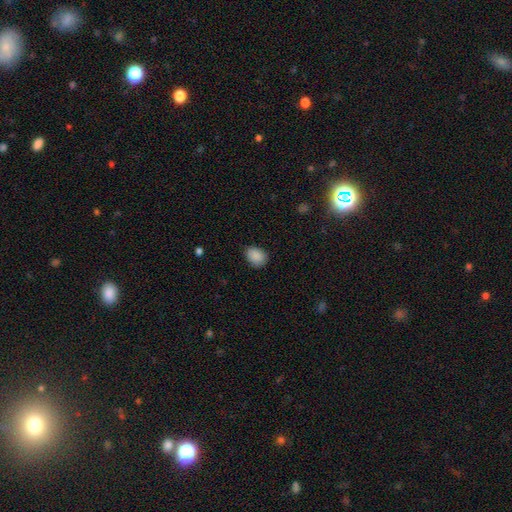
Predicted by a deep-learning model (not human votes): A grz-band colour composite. It shows a smooth galaxy with no disk features (89%) that is in between round and cigar-shaped (61%). Merging: none (81%).